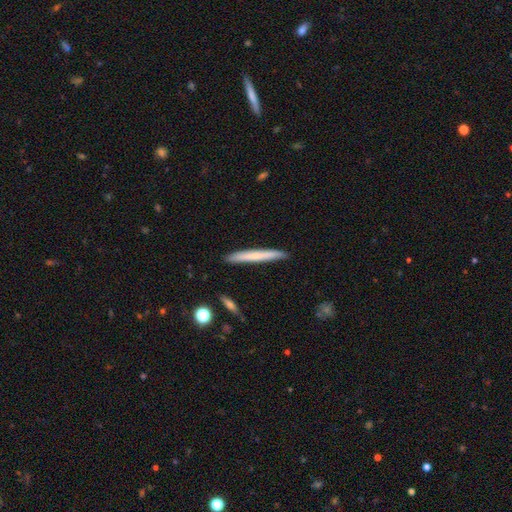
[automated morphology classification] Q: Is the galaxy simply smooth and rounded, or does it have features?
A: smooth — 63%.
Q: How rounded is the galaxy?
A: cigar-shaped — 97%.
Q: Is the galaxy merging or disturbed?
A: none — 91%.